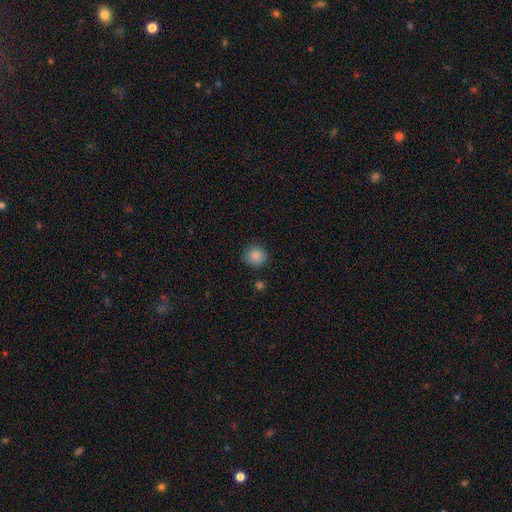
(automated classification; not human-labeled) This appears to be a smooth galaxy with no disk features (87%) that is round (90%). Merging: none (87%).